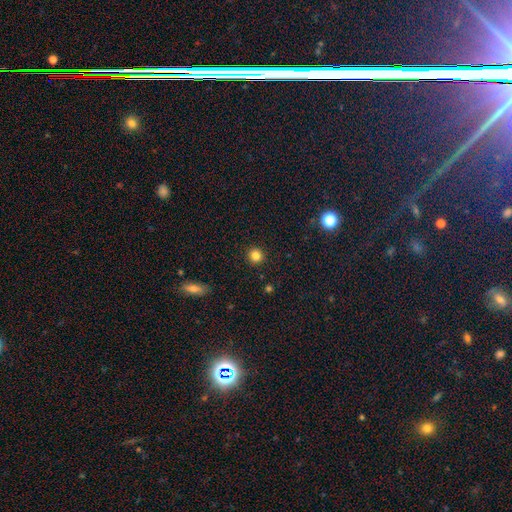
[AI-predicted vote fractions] The model was most divided on "smooth or featured": smooth: 84%, star or artifact: 12%, featured or disk: 5%. More confident: merging — none (92%); how rounded — round (91%).